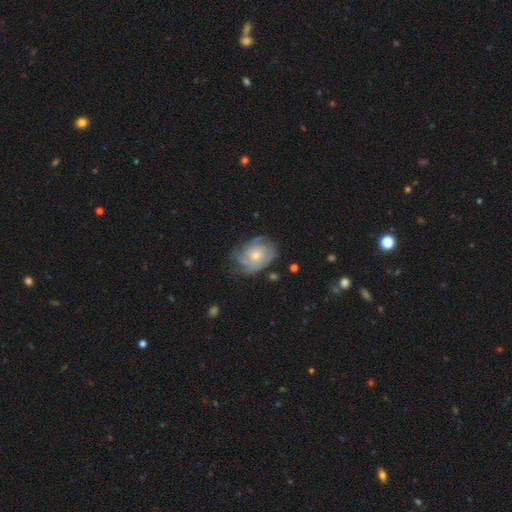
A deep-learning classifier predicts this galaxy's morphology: This is likely a featured or disk galaxy (69%). It is clearly not viewed edge-on (96%). Bar: clearly no (81%). Spiral arm pattern: clearly yes (81%). Spiral arm count: possibly can't tell (51%). Spiral winding: likely tight (60%). Central bulge: possibly moderate (50%). Merging: possibly none (58%).